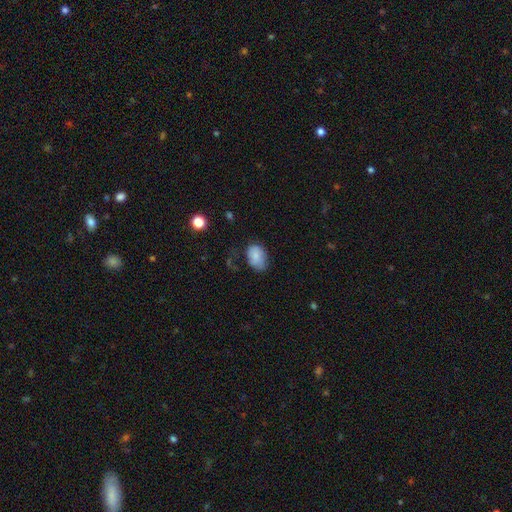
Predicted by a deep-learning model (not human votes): smooth_or_featured: smooth (p=0.81) [alt: featured or disk p=0.11]
how_rounded: in between (p=0.82) [alt: round p=0.17]
merging: none (p=0.52) [alt: minor disturbance p=0.34]